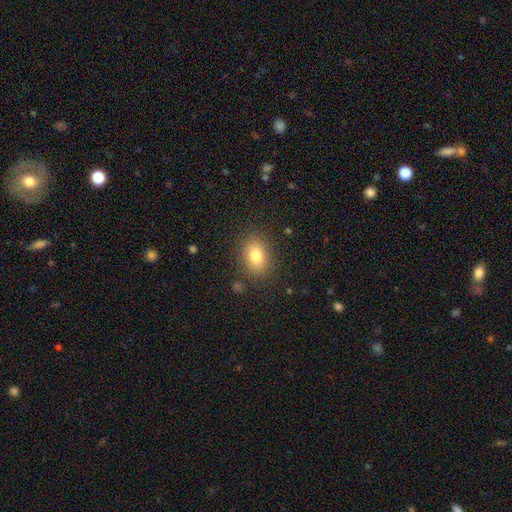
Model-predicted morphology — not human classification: Smooth or featured? Predicted: smooth (p=0.81). How rounded? Predicted: in between (p=0.70). Merging? Predicted: none (p=0.84).